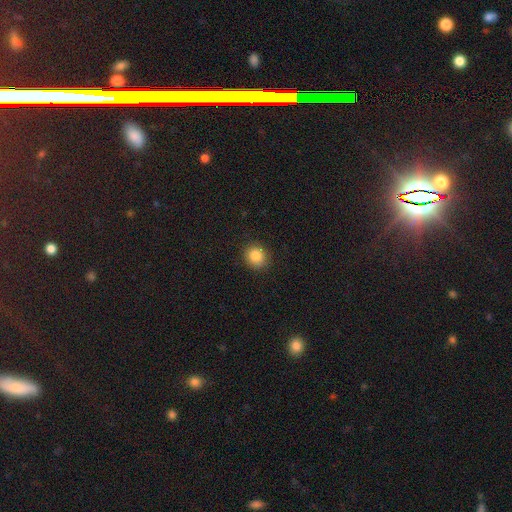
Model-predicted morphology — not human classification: type=smooth (86%); roundness=round (82%); merging=none (89%).